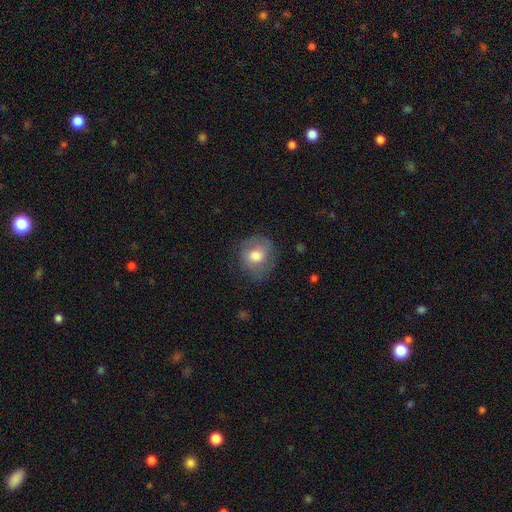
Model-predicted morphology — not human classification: This appears to be a smooth galaxy with no disk features (66%) that is round (80%). Merging: none (69%).